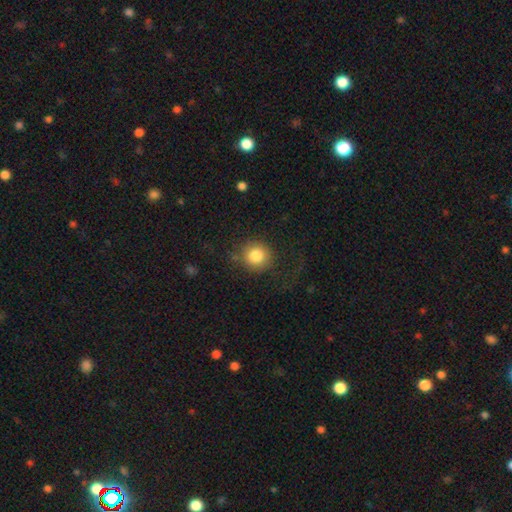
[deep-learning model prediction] This is clearly a smooth galaxy (83%). How rounded: clearly round (90%). Merging: likely none (75%).